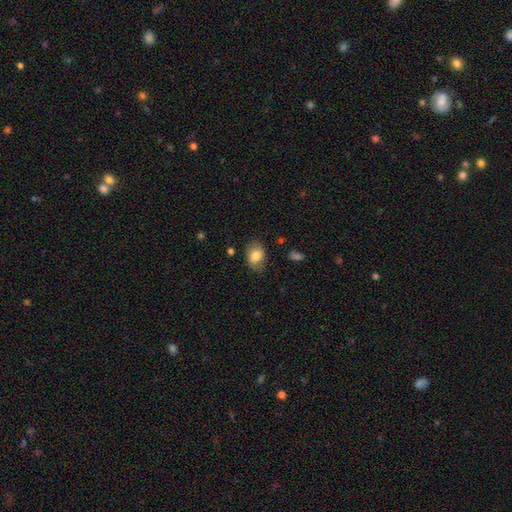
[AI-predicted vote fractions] This is likely a smooth galaxy (79%). How rounded: likely in between (73%). Merging: likely none (76%).